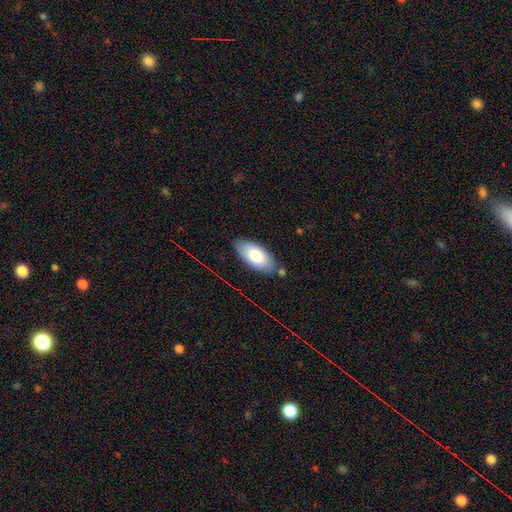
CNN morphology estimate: Q: Smooth or featured?
A: smooth (77%); runner-up: featured or disk (16%)
Q: How rounded?
A: in between (92%); runner-up: cigar-shaped (5%)
Q: Merging?
A: none (80%); runner-up: minor disturbance (13%)